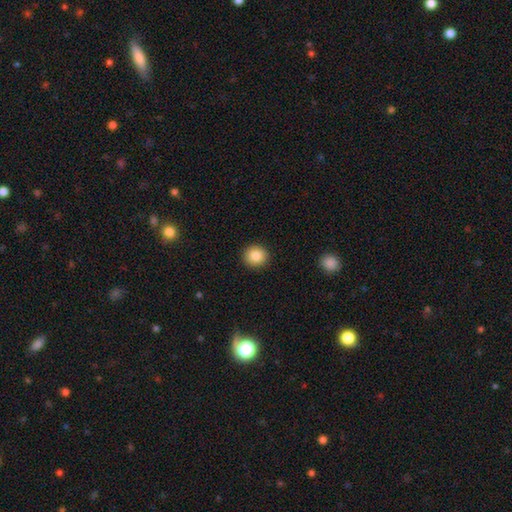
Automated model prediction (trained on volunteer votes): The model was most divided on "smooth or featured": smooth: 86%, star or artifact: 9%, featured or disk: 5%. More confident: merging — none (92%); how rounded — round (90%).